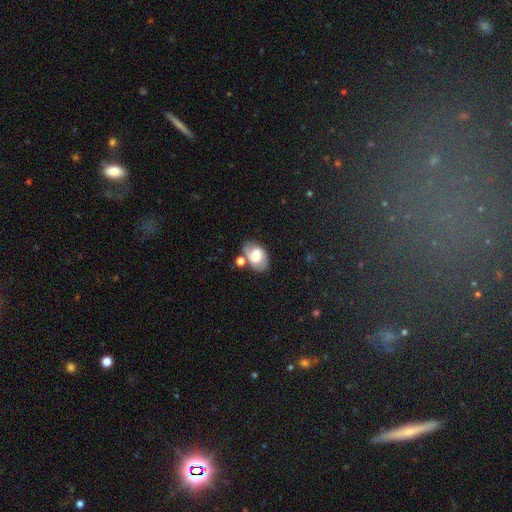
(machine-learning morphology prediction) Overall: smooth (49%; featured or disk 42%). Merging: none (56%; minor disturbance 22%).